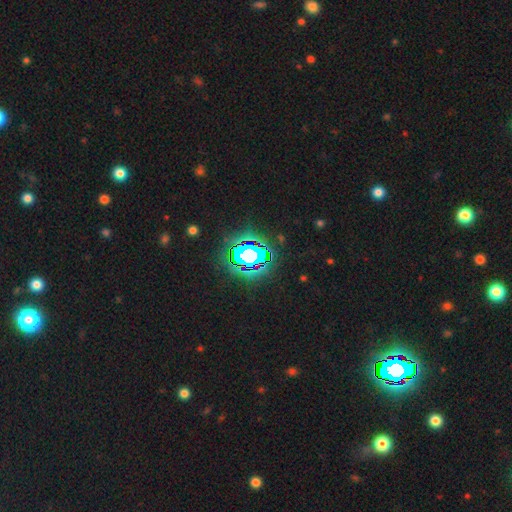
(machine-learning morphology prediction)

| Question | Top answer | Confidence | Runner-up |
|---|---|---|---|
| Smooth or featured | star or artifact | 82% | smooth (11%) |